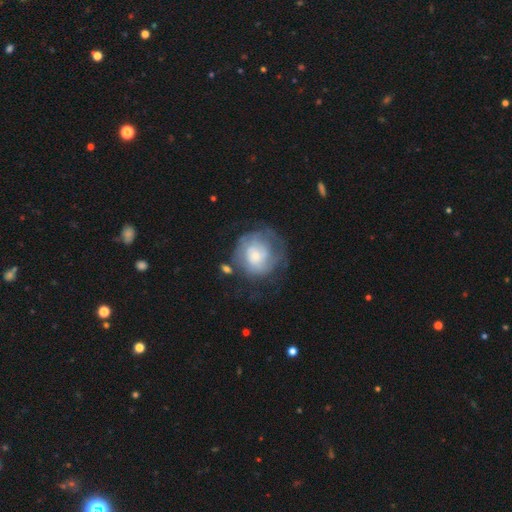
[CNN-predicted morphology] Q: Smooth or featured?
A: featured or disk (56%); runner-up: smooth (37%)
Q: Edge-on disk?
A: no (97%); runner-up: yes (3%)
Q: Bar?
A: no (76%); runner-up: weak (20%)
Q: Spiral arms?
A: yes (64%); runner-up: no (36%)
Q: Bulge size?
A: small (39%); runner-up: moderate (36%)
Q: Merging?
A: none (50%); runner-up: minor disturbance (23%)